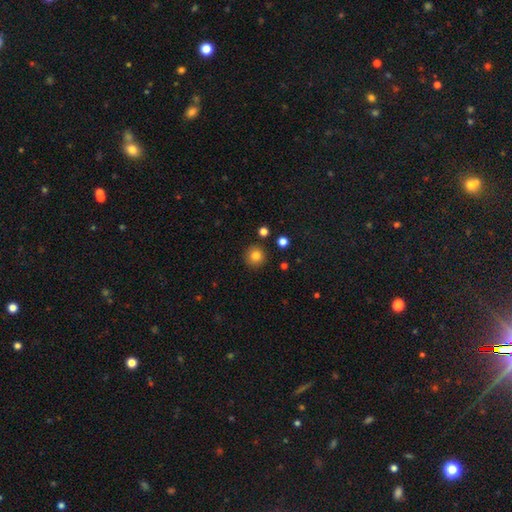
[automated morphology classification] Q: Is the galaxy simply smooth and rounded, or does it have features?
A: smooth — 83%.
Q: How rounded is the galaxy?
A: round — 94%.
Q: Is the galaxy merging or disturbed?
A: none — 89%.